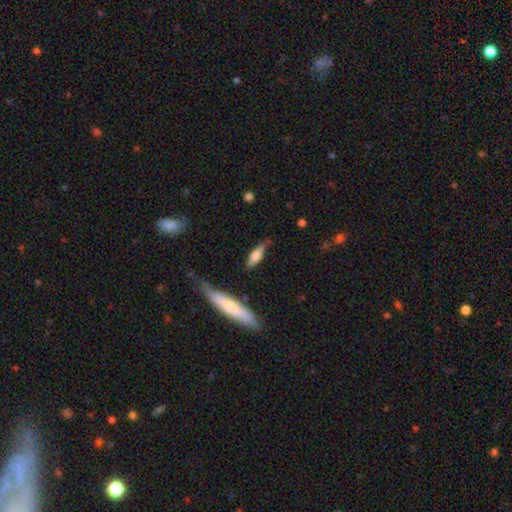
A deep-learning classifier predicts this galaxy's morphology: Q: Smooth or featured?
A: smooth (62%); runner-up: featured or disk (31%)
Q: How rounded?
A: cigar-shaped (50%); runner-up: in between (47%)
Q: Merging?
A: none (61%); runner-up: minor disturbance (28%)